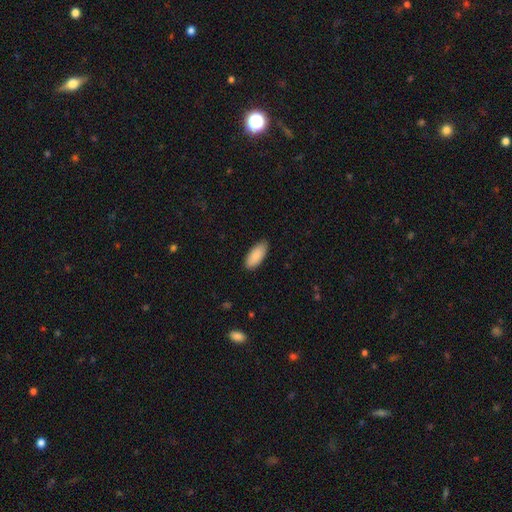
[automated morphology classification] smooth 89%, star or artifact 6%, featured or disk 5%. Down the decision tree: how rounded — in between (87%); merging — none (87%).